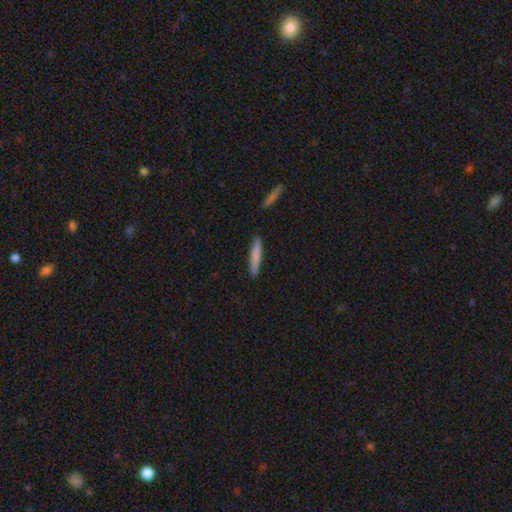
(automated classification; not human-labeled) This appears to be a smooth galaxy with no disk features (80%) that is cigar-shaped (92%). Merging: none (87%).